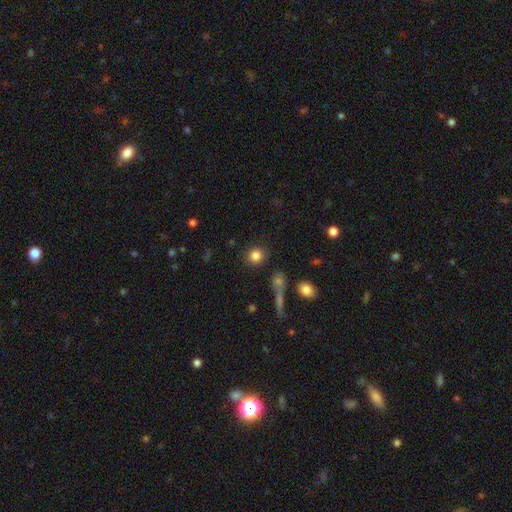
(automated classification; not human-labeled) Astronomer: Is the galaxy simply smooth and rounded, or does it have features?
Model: smooth — 84%.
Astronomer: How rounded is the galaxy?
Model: round — 89%.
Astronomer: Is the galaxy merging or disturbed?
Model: none — 87%.